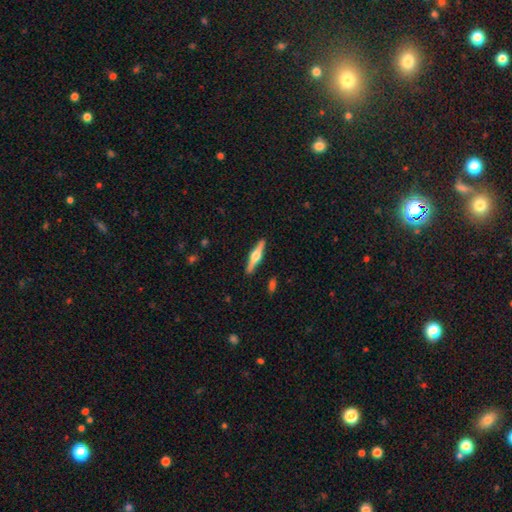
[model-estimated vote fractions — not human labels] Smooth or featured? featured or disk (70%)
Edge-on disk? yes (98%)
Edge-on bulge? rounded (92%)
Merging? none (91%)